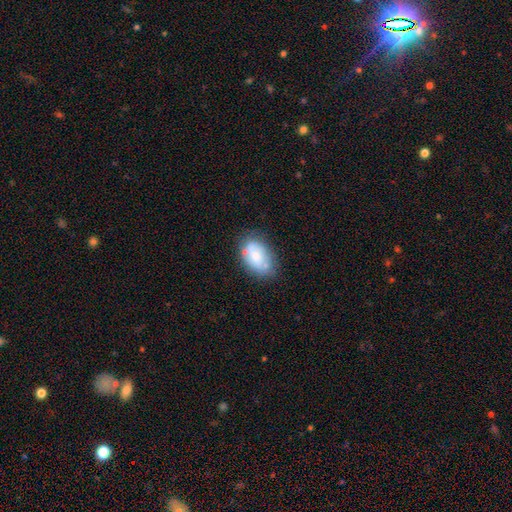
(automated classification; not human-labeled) Smooth or featured? smooth (64%)
How rounded? in between (90%)
Merging? none (55%)